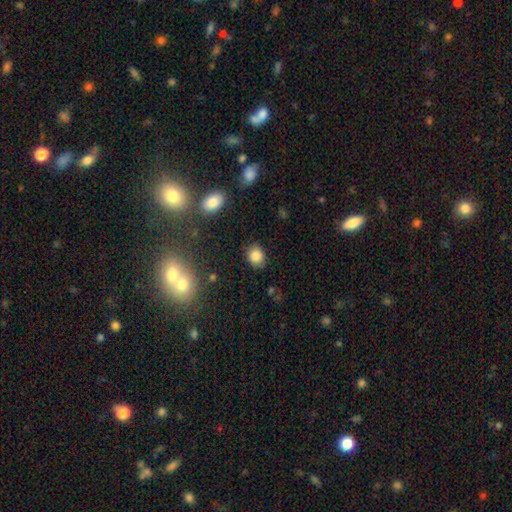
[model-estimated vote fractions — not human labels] smooth_or_featured: smooth (p=0.84) [alt: star or artifact p=0.10]
how_rounded: round (p=0.55) [alt: in between p=0.44]
merging: none (p=0.82) [alt: minor disturbance p=0.13]